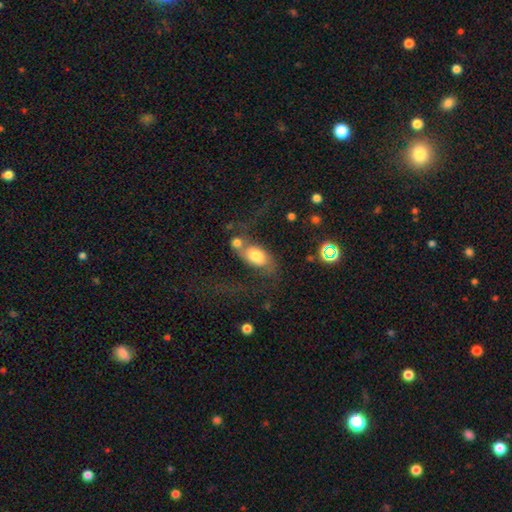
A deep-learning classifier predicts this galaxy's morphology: A smooth galaxy with no disk features (52%) that is in between round and cigar-shaped (83%).

Vote fractions:
- Smooth or featured? smooth: 52% / featured or disk: 39% / star or artifact: 9%
- How rounded? in between: 83% / round: 11% / cigar-shaped: 6%
- Merging? none: 32% / merger: 31% / major disturbance: 21% / minor disturbance: 15%